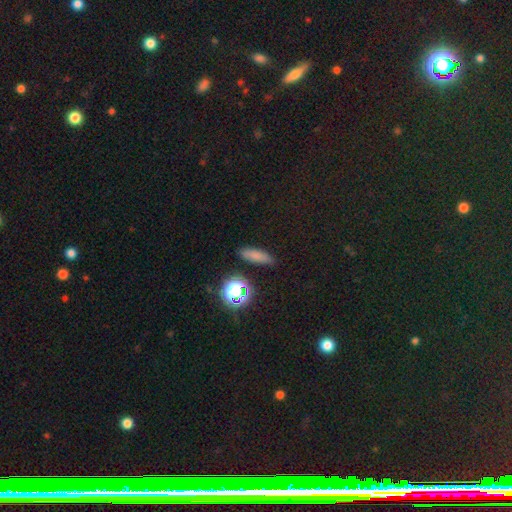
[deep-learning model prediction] A smooth galaxy with no disk features (73%) that is cigar-shaped (52%).

Vote fractions:
- Smooth or featured? smooth: 73% / star or artifact: 18% / featured or disk: 10%
- How rounded? cigar-shaped: 52% / in between: 41% / round: 8%
- Merging? none: 84% / minor disturbance: 11% / major disturbance: 3% / merger: 2%